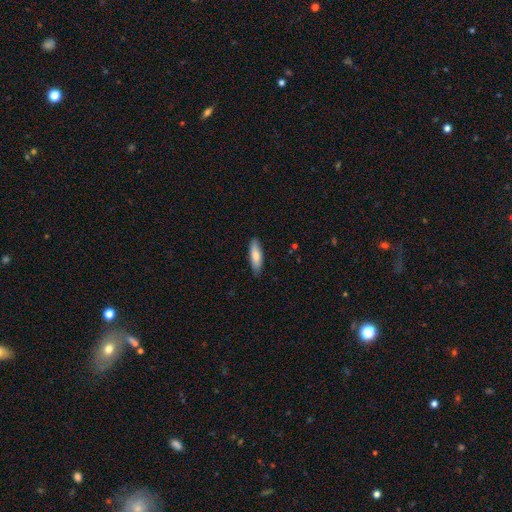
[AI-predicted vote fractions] Smooth or featured? Predicted: smooth (p=0.77). How rounded? Predicted: cigar-shaped (p=0.54). Merging? Predicted: none (p=0.84).